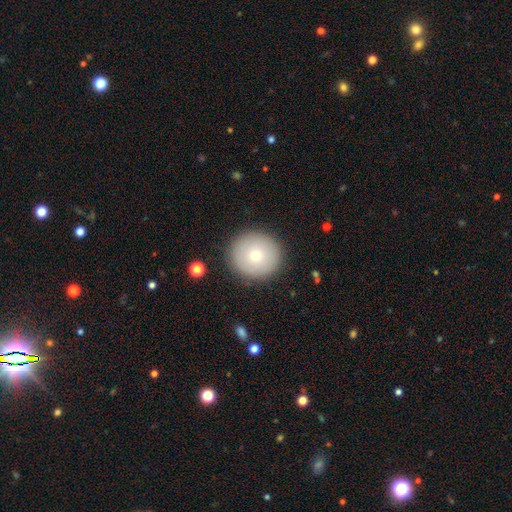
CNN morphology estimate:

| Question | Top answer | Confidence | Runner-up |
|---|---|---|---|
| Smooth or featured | smooth | 76% | featured or disk (16%) |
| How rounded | round | 93% | in between (6%) |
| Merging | none | 89% | minor disturbance (7%) |